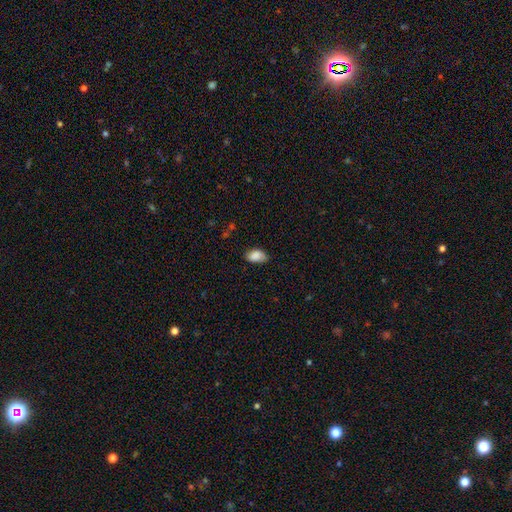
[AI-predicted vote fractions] A smooth galaxy with no disk features (86%) that is in between round and cigar-shaped (91%).

Vote fractions:
- Smooth or featured? smooth: 86% / star or artifact: 7% / featured or disk: 6%
- How rounded? in between: 91% / round: 7% / cigar-shaped: 2%
- Merging? none: 75% / minor disturbance: 20% / major disturbance: 4% / merger: 1%